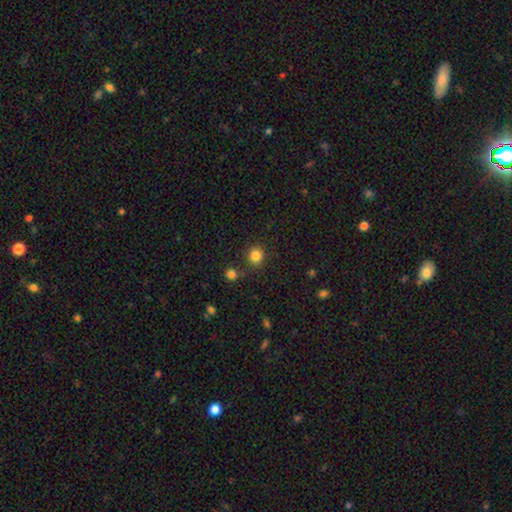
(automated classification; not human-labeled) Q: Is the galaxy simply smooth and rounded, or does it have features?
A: smooth — 84%.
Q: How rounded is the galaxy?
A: round — 89%.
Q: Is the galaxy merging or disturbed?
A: none — 85%.